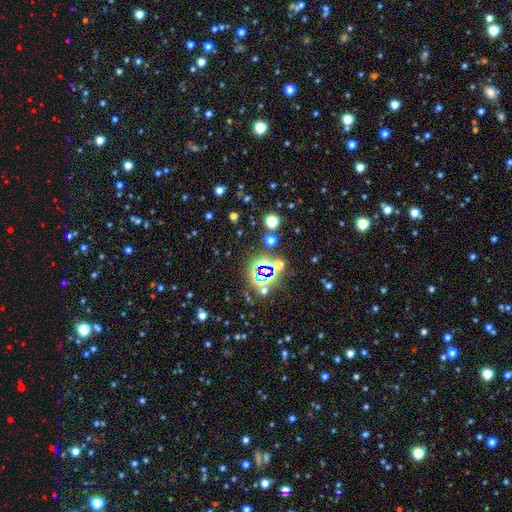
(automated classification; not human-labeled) Smooth or featured? Predicted: star or artifact (p=0.79).